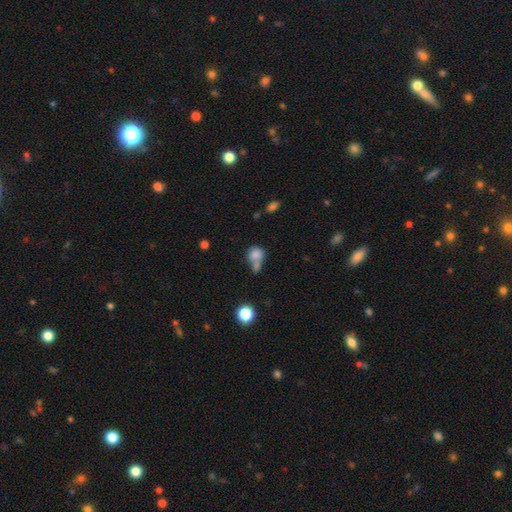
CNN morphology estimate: A smooth galaxy with no disk features (79%) that is round (64%). Merging: merger (49%).